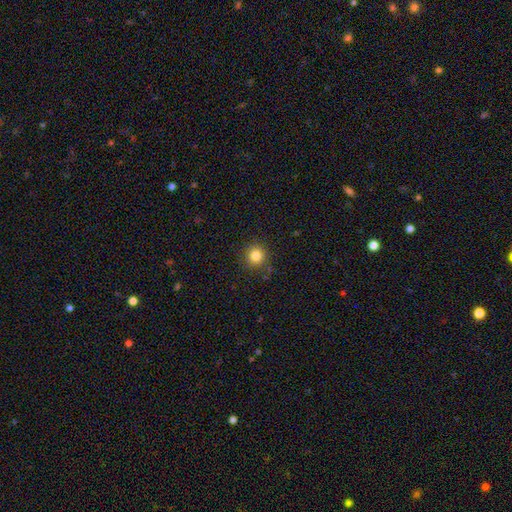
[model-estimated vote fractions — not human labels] Q: Smooth or featured?
A: smooth (83%); runner-up: star or artifact (11%)
Q: How rounded?
A: round (94%); runner-up: in between (5%)
Q: Merging?
A: none (88%); runner-up: minor disturbance (8%)